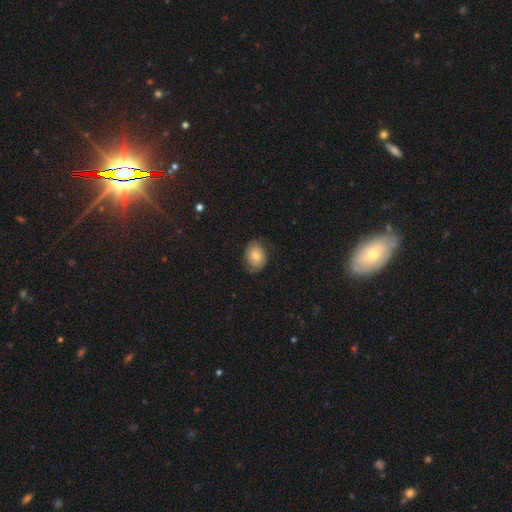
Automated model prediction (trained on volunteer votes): This appears to be a smooth galaxy with no disk features (55%) that is in between round and cigar-shaped (63%). Merging: none (72%).